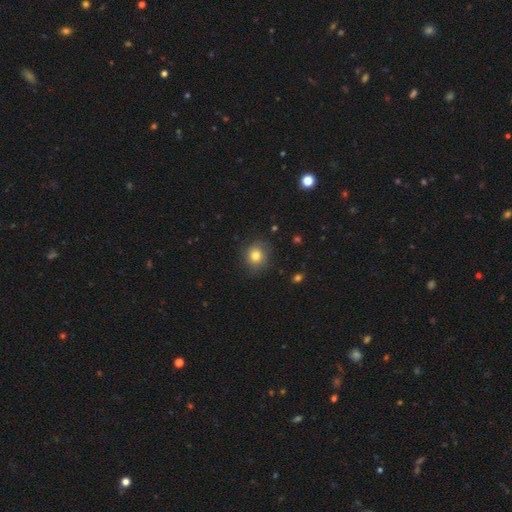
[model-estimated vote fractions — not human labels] This is likely a smooth galaxy (76%). How rounded: clearly round (80%). Merging: likely none (78%).